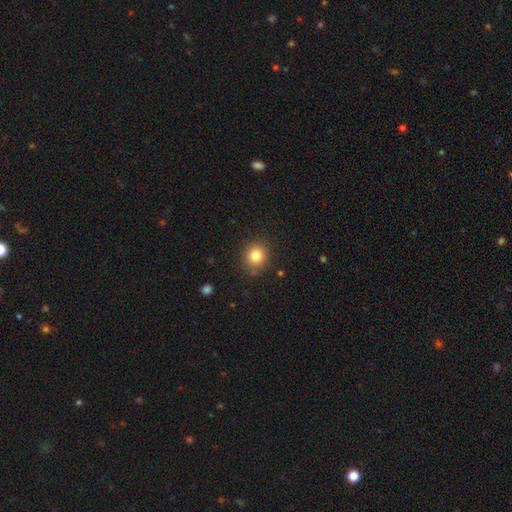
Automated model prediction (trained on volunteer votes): Smooth or featured: smooth — 83% (star or artifact — 11%)
How rounded: round — 86% (in between — 13%)
Merging: none — 86% (minor disturbance — 10%)